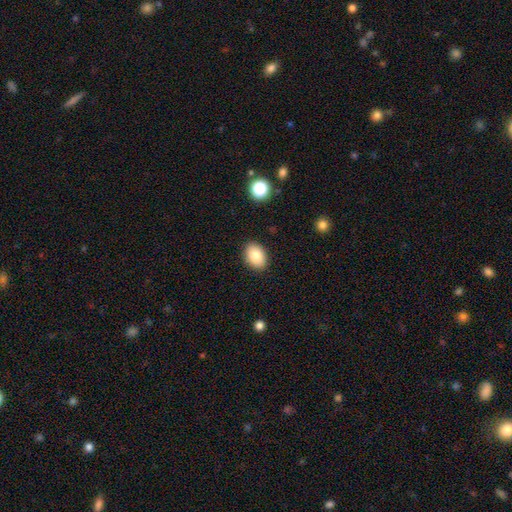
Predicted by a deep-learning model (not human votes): Morphology: type=smooth (84%); roundness=in between (77%); merging=none (88%).